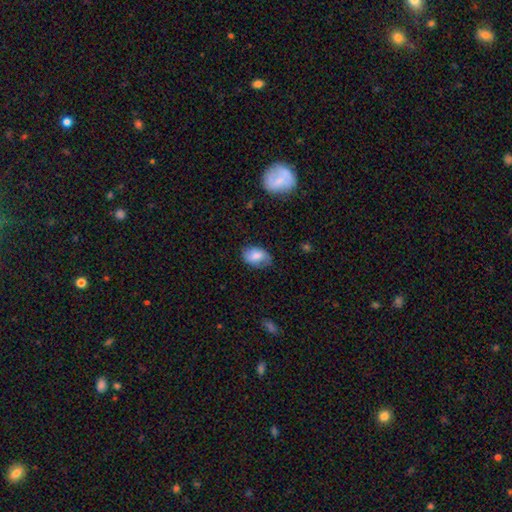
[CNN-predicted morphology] type=smooth (77%); roundness=in between (85%); merging=none (69%).